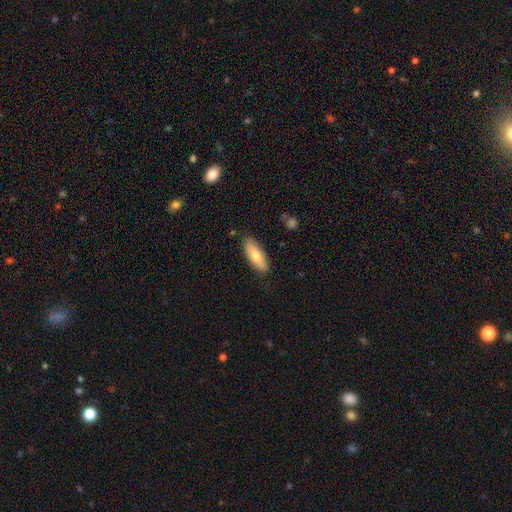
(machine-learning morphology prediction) Smooth or featured: smooth — 72% (featured or disk — 22%)
How rounded: in between — 71% (cigar-shaped — 27%)
Merging: none — 85% (minor disturbance — 12%)